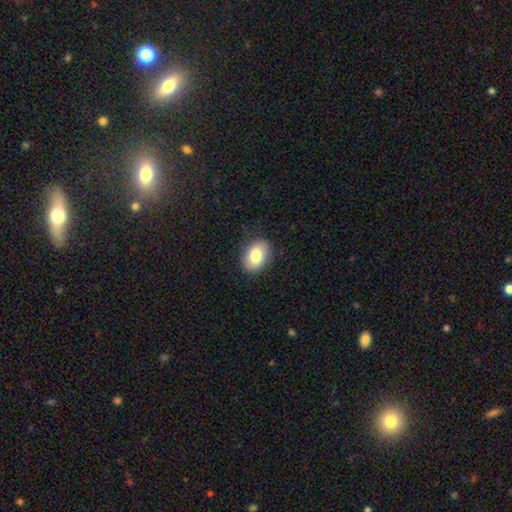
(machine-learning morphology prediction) Smooth or featured? Predicted: smooth (p=0.81). How rounded? Predicted: in between (p=0.81). Merging? Predicted: none (p=0.85).